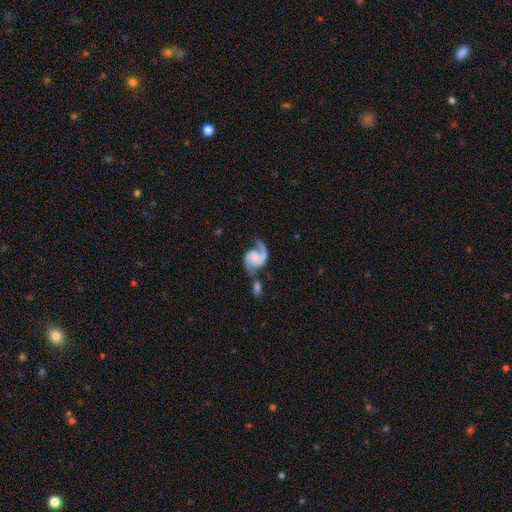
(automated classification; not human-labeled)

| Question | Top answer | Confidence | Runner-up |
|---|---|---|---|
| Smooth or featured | featured or disk | 85% | smooth (9%) |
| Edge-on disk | no | 98% | yes (2%) |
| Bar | no | 47% | weak (38%) |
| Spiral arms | yes | 97% | no (3%) |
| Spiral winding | medium | 47% | loose (38%) |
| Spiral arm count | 2 | 81% | 1 (14%) |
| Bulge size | none | 53% | small (24%) |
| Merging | none | 42% | merger (25%) |